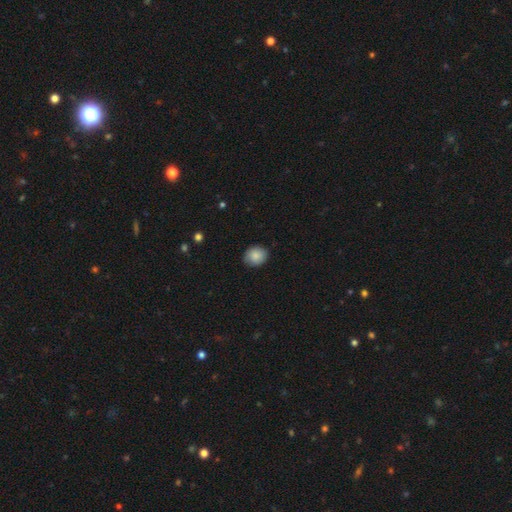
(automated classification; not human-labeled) smooth-or-featured: smooth: 86% | star or artifact: 8% | featured or disk: 6%
  how-rounded: round: 65% | in between: 34% | cigar-shaped: 1%
  merging: none: 84% | minor disturbance: 13% | major disturbance: 2% | merger: 1%